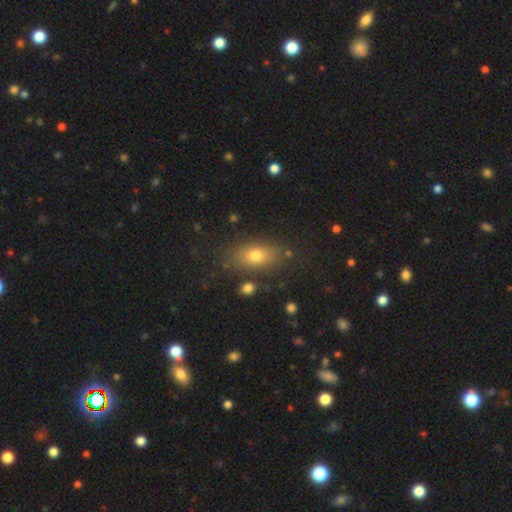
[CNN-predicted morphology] Smooth or featured: smooth — 74% (featured or disk — 14%)
How rounded: in between — 82% (round — 12%)
Merging: none — 81% (minor disturbance — 11%)